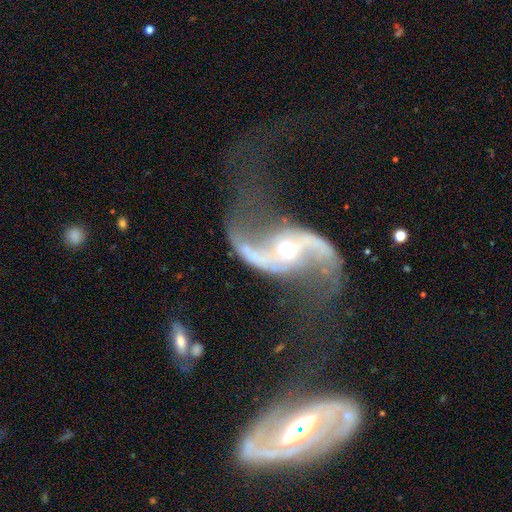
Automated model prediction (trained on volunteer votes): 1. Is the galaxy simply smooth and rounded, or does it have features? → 92% featured or disk, 5% star or artifact, 3% smooth.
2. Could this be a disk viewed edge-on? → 97% no, 3% yes.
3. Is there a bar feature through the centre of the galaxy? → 42% no, 31% weak, 26% strong.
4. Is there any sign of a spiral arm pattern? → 97% yes, 3% no.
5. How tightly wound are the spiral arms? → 82% loose, 15% medium, 4% tight.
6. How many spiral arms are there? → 95% 2, 1% 1, 1% can't tell, 1% 3, 1% 4, 1% more than 4.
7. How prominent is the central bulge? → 70% moderate, 16% small, 11% large, 2% dominant, 1% none.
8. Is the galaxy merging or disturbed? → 64% none, 17% minor disturbance, 15% major disturbance, 5% merger.